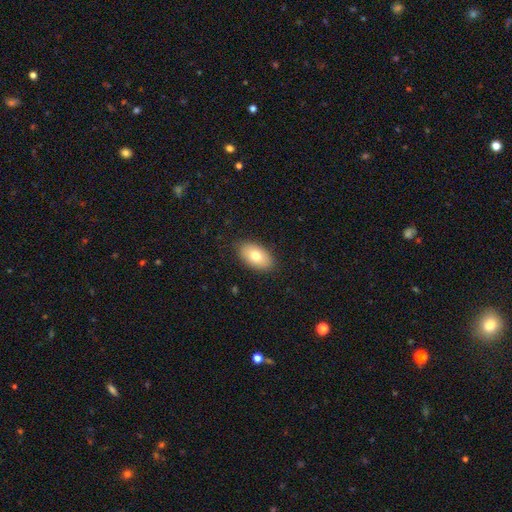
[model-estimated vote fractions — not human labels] Q: Smooth or featured?
A: smooth (75%); runner-up: featured or disk (17%)
Q: How rounded?
A: in between (93%); runner-up: round (6%)
Q: Merging?
A: none (87%); runner-up: minor disturbance (10%)